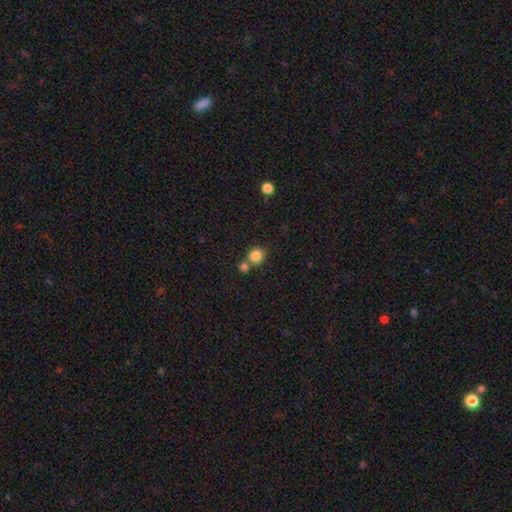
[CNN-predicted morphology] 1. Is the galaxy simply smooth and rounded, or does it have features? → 84% smooth, 10% star or artifact, 5% featured or disk.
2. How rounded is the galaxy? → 86% round, 14% in between, 1% cigar-shaped.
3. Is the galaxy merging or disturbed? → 57% none, 32% merger, 8% minor disturbance, 3% major disturbance.